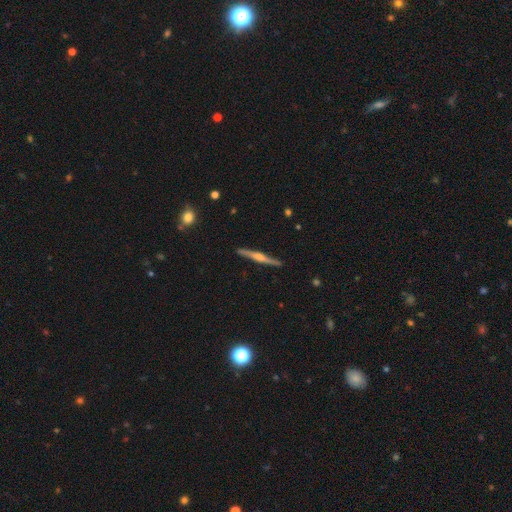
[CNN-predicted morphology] Smooth or featured? Predicted: featured or disk (p=0.79). Edge-on disk? Predicted: yes (p=0.98). Edge-on bulge? Predicted: rounded (p=0.81). Merging? Predicted: none (p=0.91).